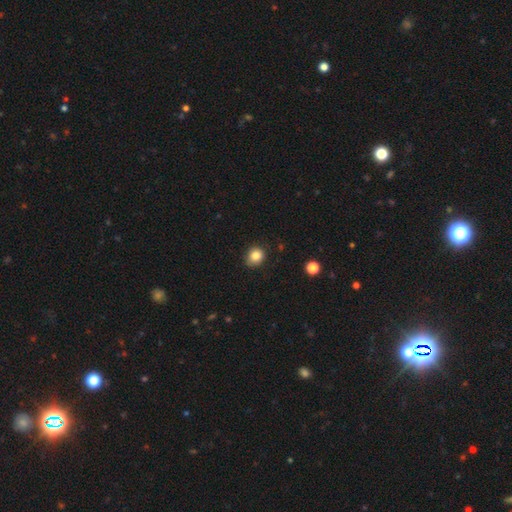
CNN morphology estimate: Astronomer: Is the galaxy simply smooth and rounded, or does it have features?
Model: smooth — 83%.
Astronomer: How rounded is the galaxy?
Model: round — 74%.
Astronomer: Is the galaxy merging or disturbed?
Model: none — 81%.